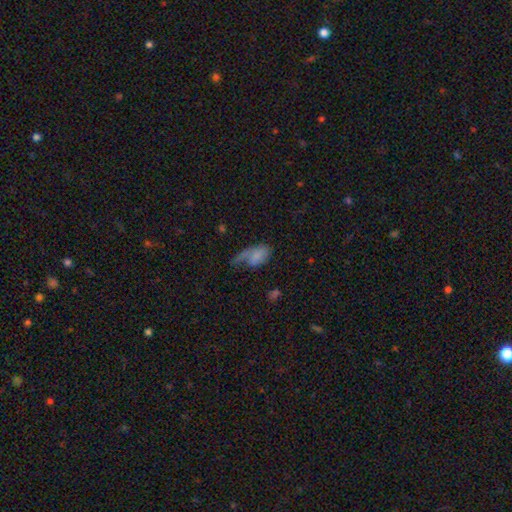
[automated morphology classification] This appears to be a smooth galaxy with no disk features (59%) that is in between round and cigar-shaped (91%). Merging: major disturbance (45%).